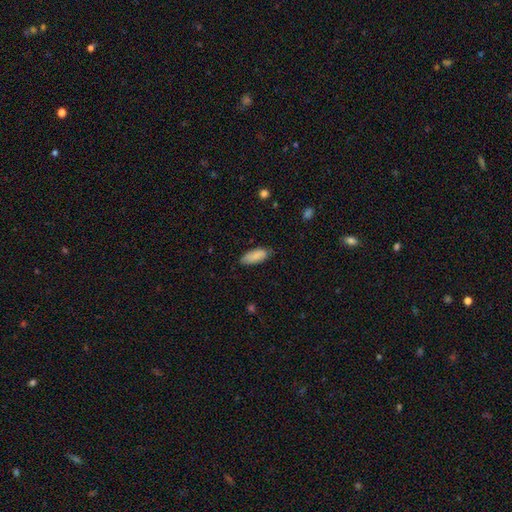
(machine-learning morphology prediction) A smooth galaxy with no disk features (87%) that is in between round and cigar-shaped (78%). Merging: none (78%).